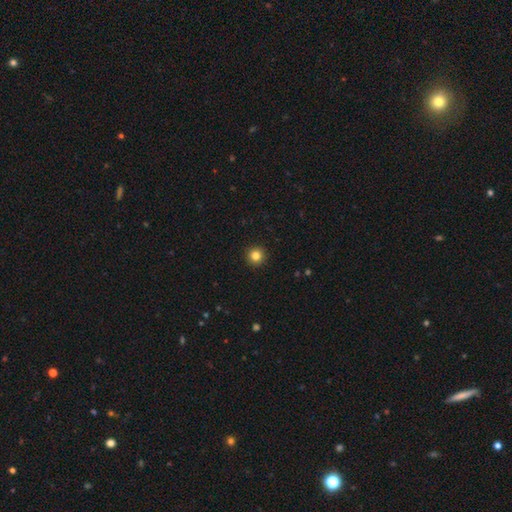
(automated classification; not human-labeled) This appears to be a smooth galaxy with no disk features (84%) that is round (96%). Merging: none (94%).